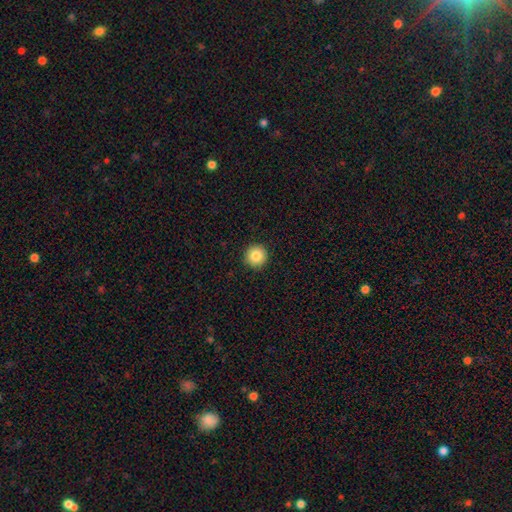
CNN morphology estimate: smooth 85%, star or artifact 9%, featured or disk 6%. Down the decision tree: how rounded — round (96%); merging — none (93%).